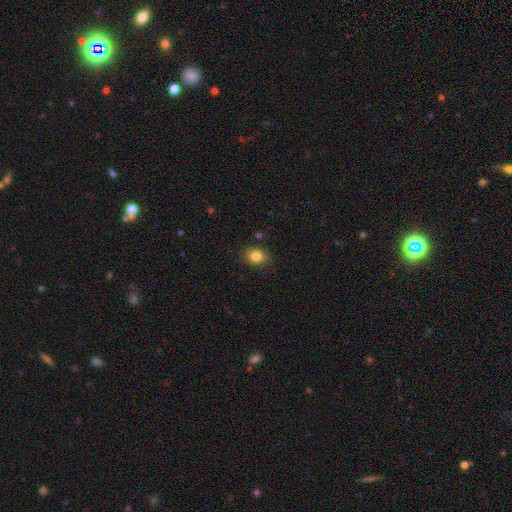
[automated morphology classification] smooth_or_featured: smooth (p=0.83) [alt: star or artifact p=0.11]
how_rounded: in between (p=0.51) [alt: round p=0.48]
merging: none (p=0.84) [alt: minor disturbance p=0.12]